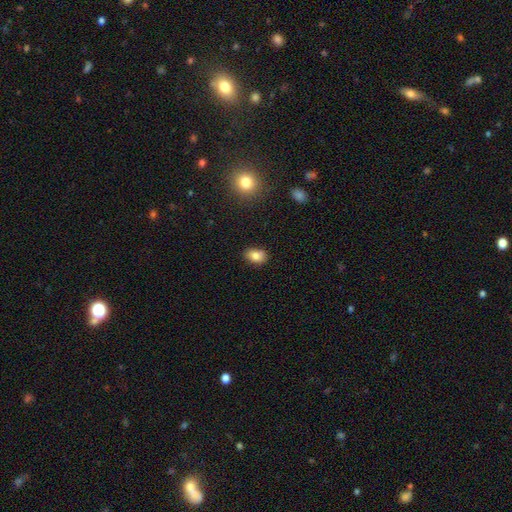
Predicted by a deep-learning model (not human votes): This is clearly a smooth galaxy (81%). How rounded: likely in between (77%). Merging: likely none (76%).